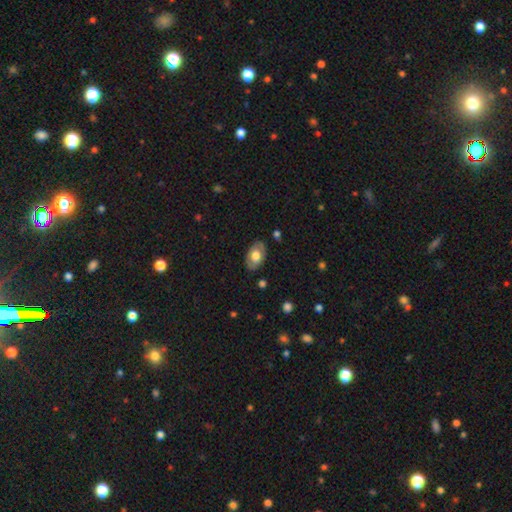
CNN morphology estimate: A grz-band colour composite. It shows a smooth galaxy with no disk features (58%) that is in between round and cigar-shaped (89%). Merging: none (82%).